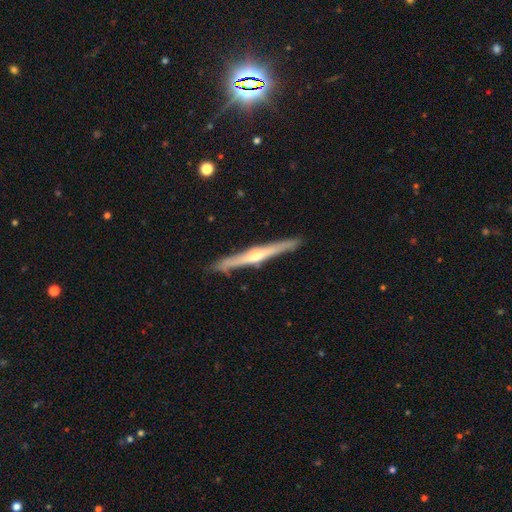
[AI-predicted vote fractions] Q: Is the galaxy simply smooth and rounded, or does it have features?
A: featured or disk — 69%.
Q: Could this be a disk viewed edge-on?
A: yes — 97%.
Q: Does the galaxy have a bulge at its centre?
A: rounded — 82%.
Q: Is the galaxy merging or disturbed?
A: none — 86%.